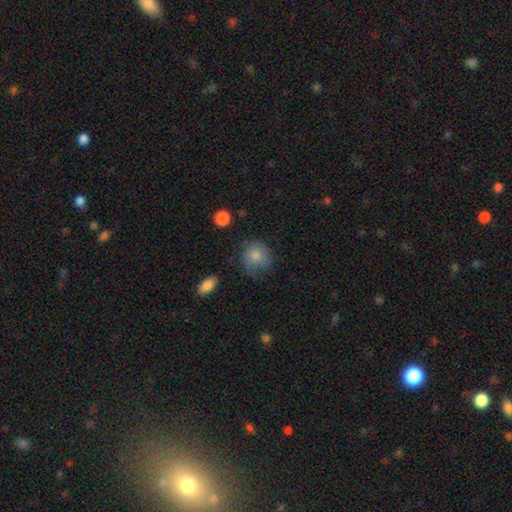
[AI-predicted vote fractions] Smooth or featured: smooth — 81% (featured or disk — 10%)
How rounded: round — 81% (in between — 18%)
Merging: none — 60% (minor disturbance — 27%)